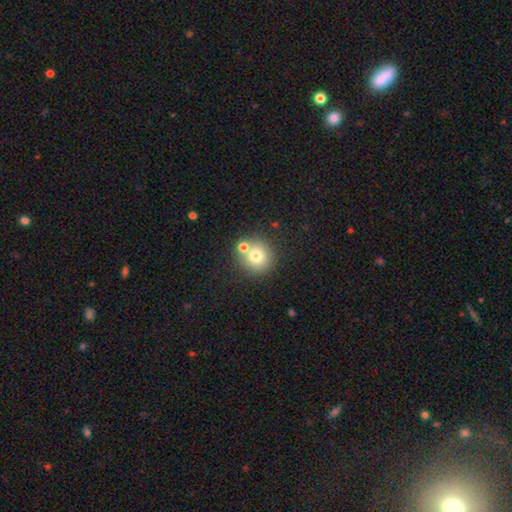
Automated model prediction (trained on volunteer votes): Morphology: type=smooth (73%); roundness=round (91%); merging=none (67%).